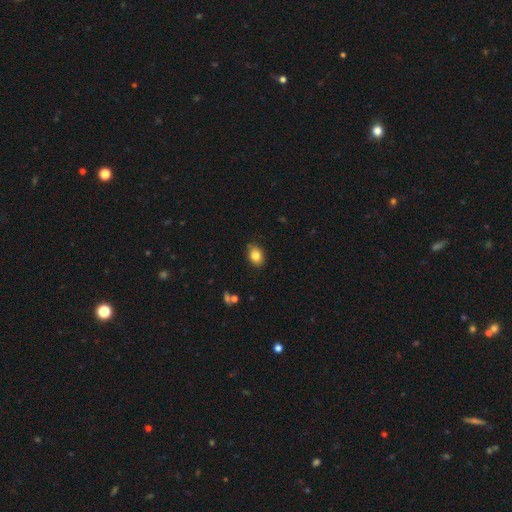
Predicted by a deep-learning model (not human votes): This appears to be a smooth galaxy with no disk features (83%) that is in between round and cigar-shaped (67%). Merging: none (82%).